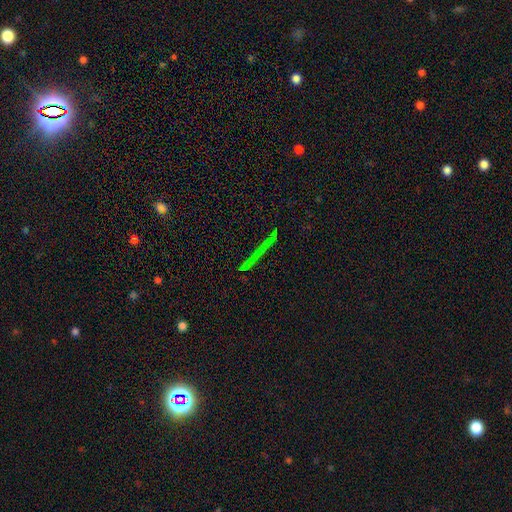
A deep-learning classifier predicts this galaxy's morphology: star or artifact 48%, featured or disk 31%, smooth 22%.